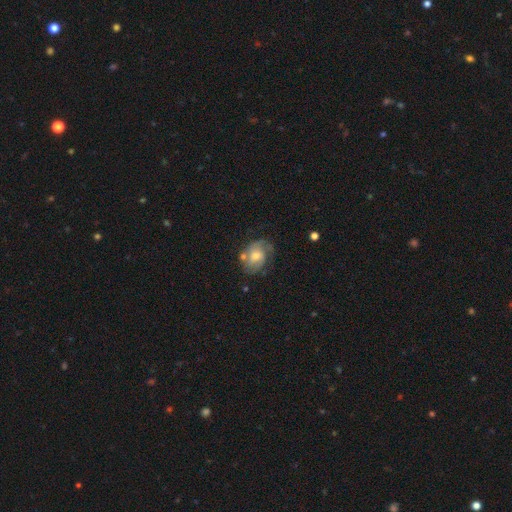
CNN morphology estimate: featured or disk 72%, smooth 21%, star or artifact 7%. Down the decision tree: edge-on disk — no (97%); bar — no (62%); spiral arms — yes (89%); spiral arm count — 2 (48%); spiral winding — tight (44%); bulge size — moderate (62%); merging — none (60%).